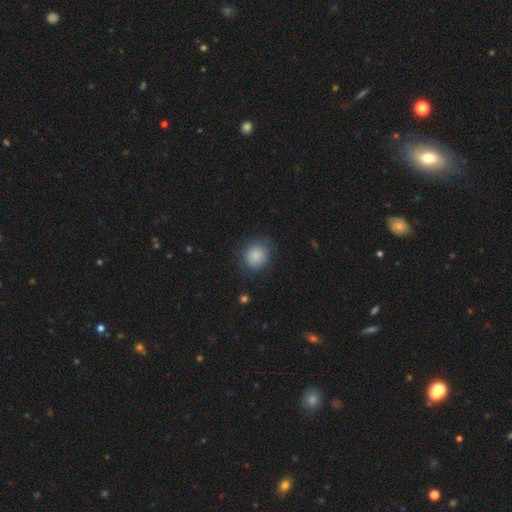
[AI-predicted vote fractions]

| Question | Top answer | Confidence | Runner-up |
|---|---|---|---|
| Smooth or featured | smooth | 86% | star or artifact (8%) |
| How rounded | round | 83% | in between (16%) |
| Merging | none | 80% | minor disturbance (15%) |